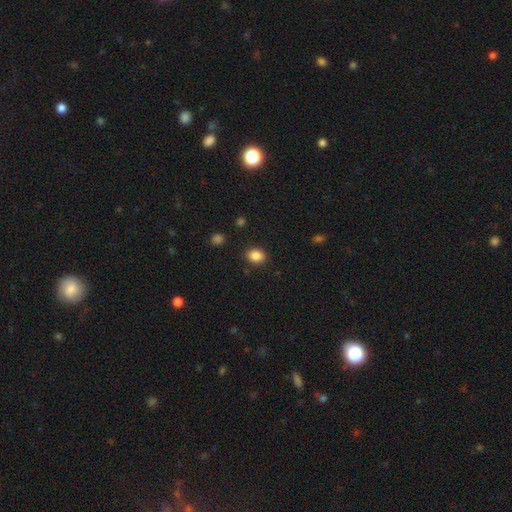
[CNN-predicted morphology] smooth_or_featured: smooth (p=0.86) [alt: star or artifact p=0.10]
how_rounded: round (p=0.52) [alt: in between p=0.47]
merging: none (p=0.87) [alt: minor disturbance p=0.09]